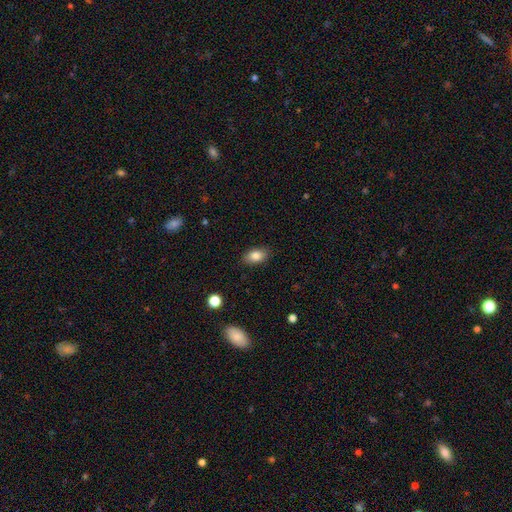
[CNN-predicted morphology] Smooth or featured? Predicted: smooth (p=0.83). How rounded? Predicted: in between (p=0.90). Merging? Predicted: none (p=0.87).